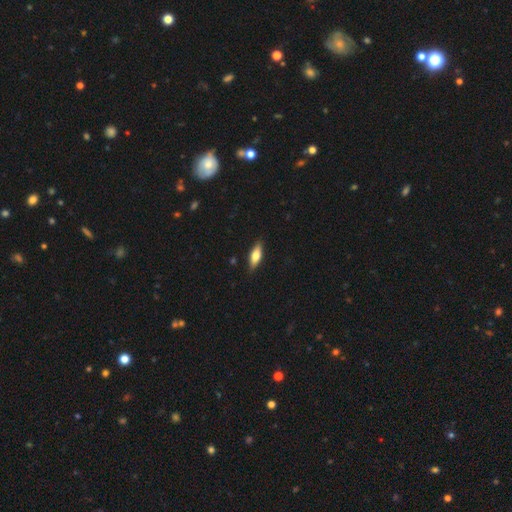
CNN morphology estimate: A smooth galaxy with no disk features (65%) that is in between round and cigar-shaped (59%).

Vote fractions:
- Smooth or featured? smooth: 65% / featured or disk: 29% / star or artifact: 6%
- How rounded? in between: 59% / cigar-shaped: 38% / round: 3%
- Merging? none: 86% / minor disturbance: 11% / major disturbance: 2% / merger: 1%